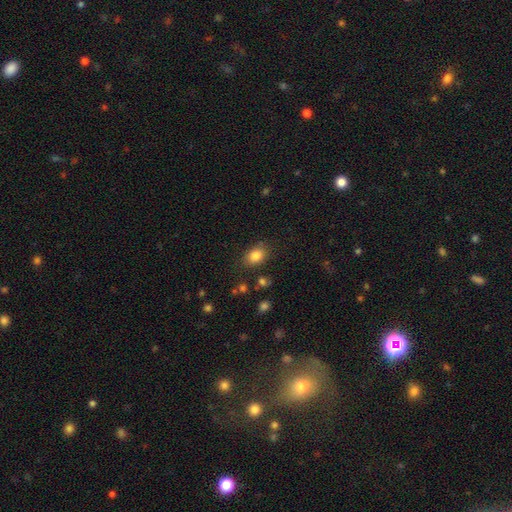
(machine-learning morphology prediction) This is clearly a smooth galaxy (84%). How rounded: likely in between (73%). Merging: clearly none (80%).